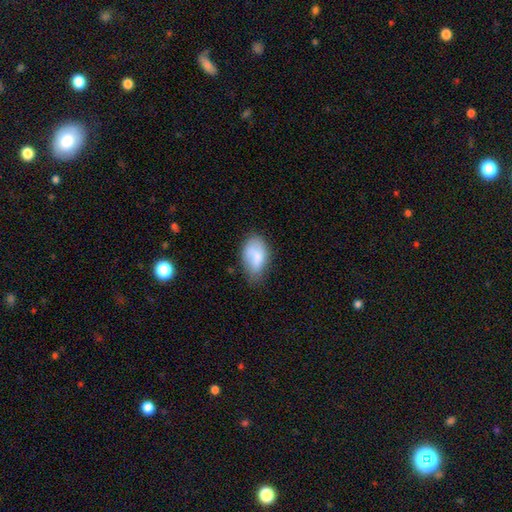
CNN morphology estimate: Smooth or featured? Predicted: smooth (p=0.77). How rounded? Predicted: in between (p=0.92). Merging? Predicted: none (p=0.49).